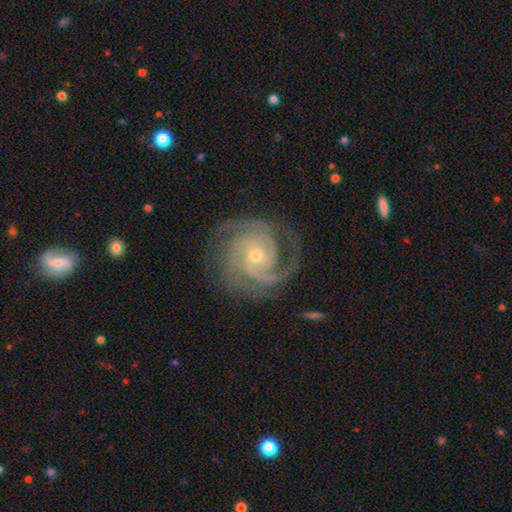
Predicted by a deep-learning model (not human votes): This appears to be a featured or disk galaxy (92%) with no bar (70%), 3 (45%) tight (66%) spiral arms (99%) and a small central bulge (57%). Merging: none (78%).